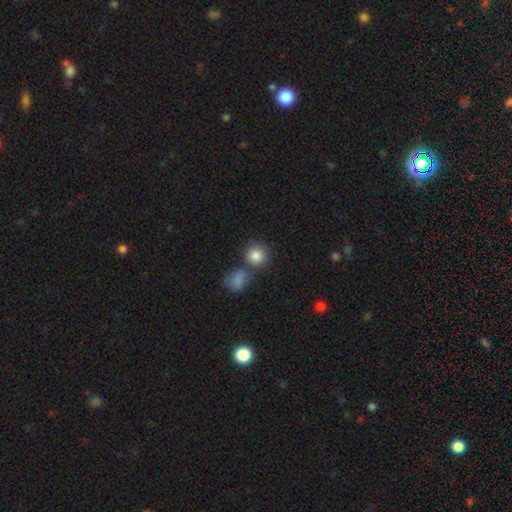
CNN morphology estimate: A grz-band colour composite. It shows a smooth galaxy with no disk features (85%) that is round (88%). Merging: none (64%).